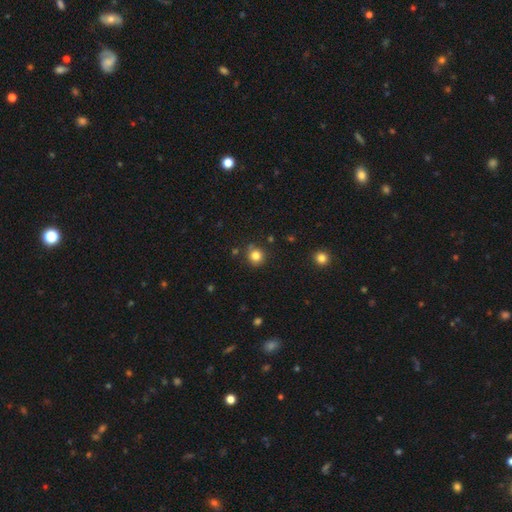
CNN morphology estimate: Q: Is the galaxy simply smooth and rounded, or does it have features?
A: smooth — 82%.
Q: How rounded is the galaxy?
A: round — 91%.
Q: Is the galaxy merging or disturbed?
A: none — 83%.